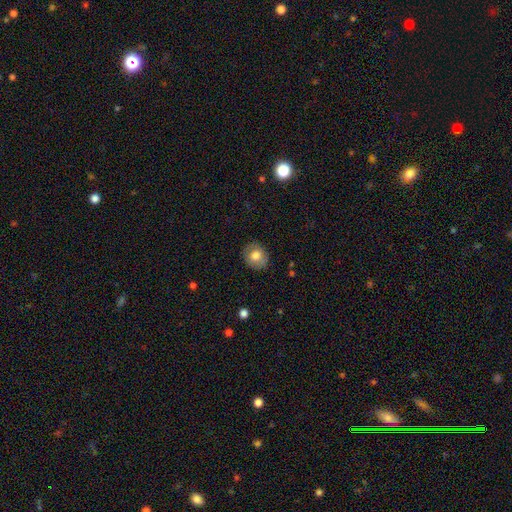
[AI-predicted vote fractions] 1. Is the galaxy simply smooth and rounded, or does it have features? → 76% smooth, 16% featured or disk, 9% star or artifact.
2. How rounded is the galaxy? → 67% round, 32% in between, 1% cigar-shaped.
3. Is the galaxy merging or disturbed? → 84% none, 12% minor disturbance, 3% major disturbance, 1% merger.